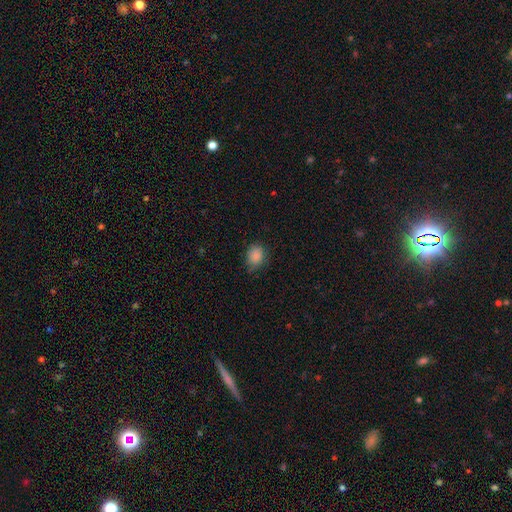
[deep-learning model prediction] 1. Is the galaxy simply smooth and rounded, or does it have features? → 86% smooth, 9% star or artifact, 6% featured or disk.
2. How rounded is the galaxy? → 50% in between, 49% round, 1% cigar-shaped.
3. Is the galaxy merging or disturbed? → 72% none, 23% minor disturbance, 5% major disturbance, 1% merger.